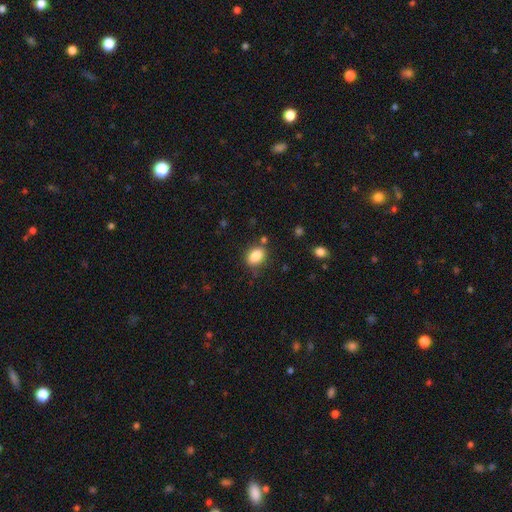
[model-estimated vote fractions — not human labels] Morphology: type=smooth (85%); roundness=in between (71%); merging=none (77%).